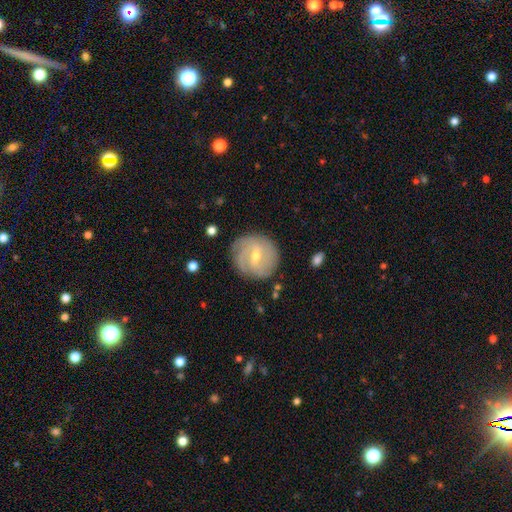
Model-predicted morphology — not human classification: Smooth or featured: featured or disk — 75% (smooth — 18%)
Edge-on disk: no — 97% (yes — 3%)
Bar: weak — 58% (no — 21%)
Spiral arms: yes — 89% (no — 11%)
Spiral winding: tight — 57% (medium — 31%)
Spiral arm count: can't tell — 35% (2 — 25%)
Bulge size: small — 49% (moderate — 48%)
Merging: none — 80% (minor disturbance — 14%)